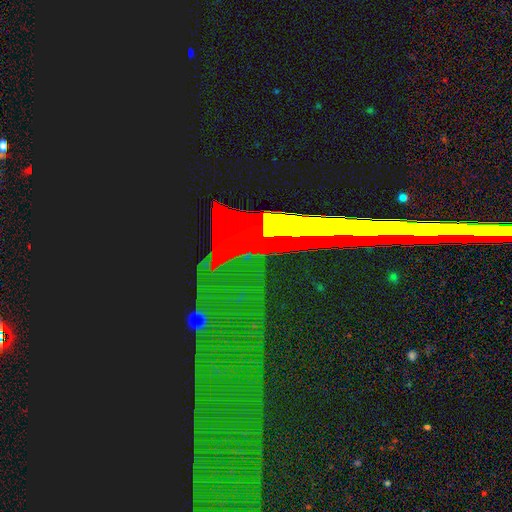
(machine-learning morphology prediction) type=star or artifact (68%).